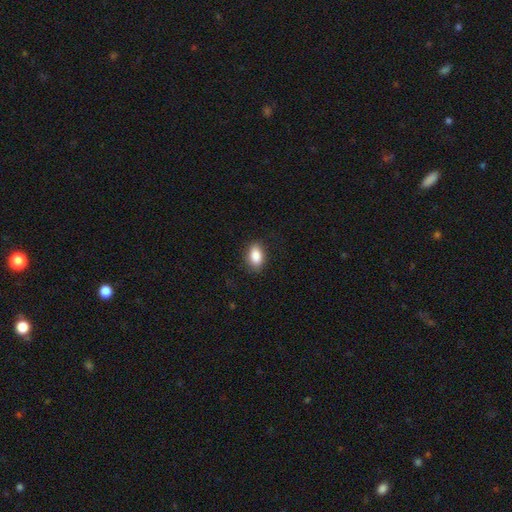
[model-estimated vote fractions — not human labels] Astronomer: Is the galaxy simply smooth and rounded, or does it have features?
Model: smooth — 87%.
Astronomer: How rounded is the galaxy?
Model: in between — 88%.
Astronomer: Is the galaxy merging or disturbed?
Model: none — 82%.